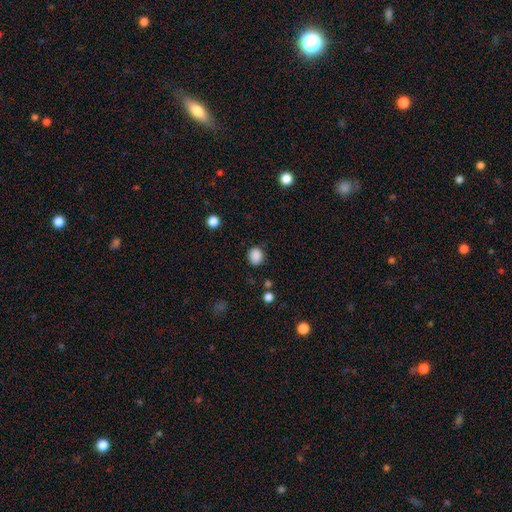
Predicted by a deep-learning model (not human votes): Overall: smooth (87%). How rounded: round (64%; in between 35%). Merging: none (84%).